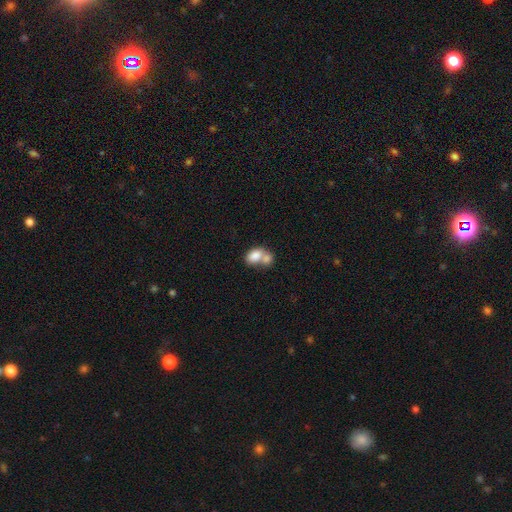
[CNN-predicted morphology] The model was most divided on "merging": merger: 64%, none: 24%, minor disturbance: 8%, major disturbance: 4%. More confident: how rounded — in between (83%); smooth or featured — smooth (80%).